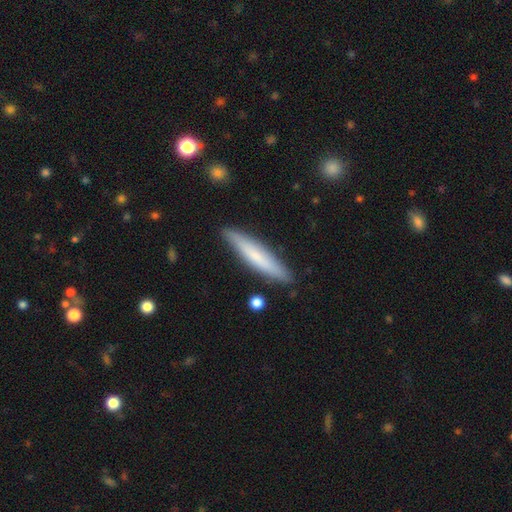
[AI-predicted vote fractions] smooth 66%, featured or disk 28%, star or artifact 6%. Down the decision tree: how rounded — cigar-shaped (90%); merging — none (87%).